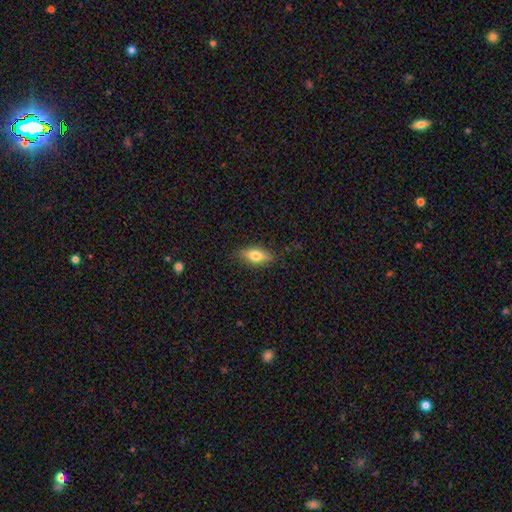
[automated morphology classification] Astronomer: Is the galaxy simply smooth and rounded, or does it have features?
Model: smooth — 61%.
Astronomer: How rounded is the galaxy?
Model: in between — 69%.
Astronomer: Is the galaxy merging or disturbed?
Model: none — 82%.